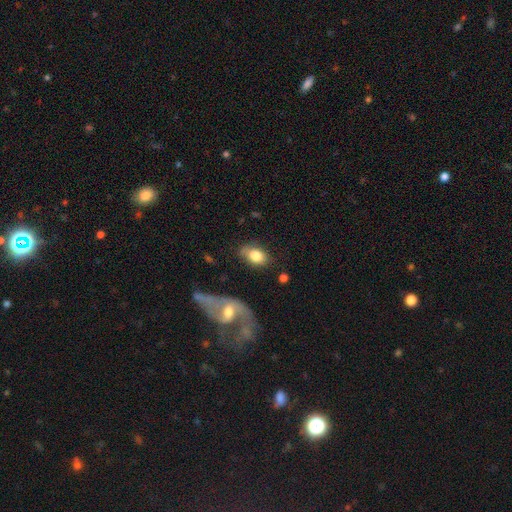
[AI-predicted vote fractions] Smooth or featured: smooth — 77% (featured or disk — 16%)
How rounded: in between — 84% (round — 14%)
Merging: none — 65% (minor disturbance — 22%)